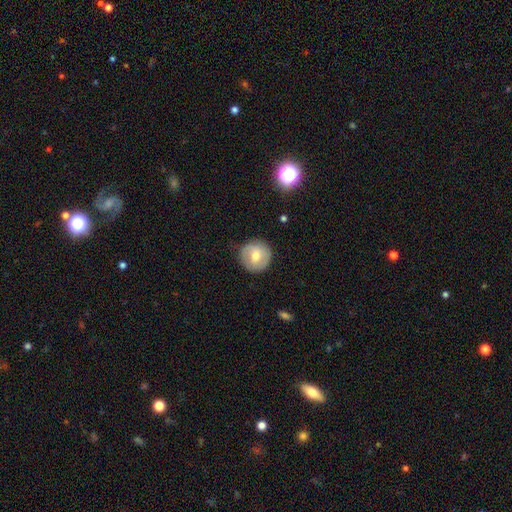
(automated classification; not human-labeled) Smooth or featured? Predicted: smooth (p=0.57). How rounded? Predicted: round (p=0.93). Merging? Predicted: none (p=0.85).